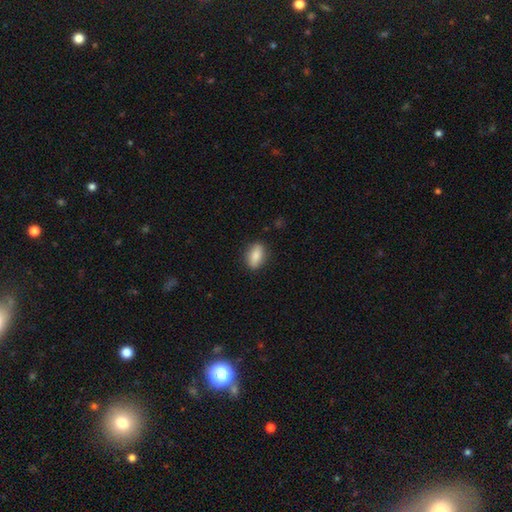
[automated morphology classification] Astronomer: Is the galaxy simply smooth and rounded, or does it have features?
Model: smooth — 84%.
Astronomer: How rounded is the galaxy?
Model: in between — 84%.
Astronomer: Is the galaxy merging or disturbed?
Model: none — 86%.